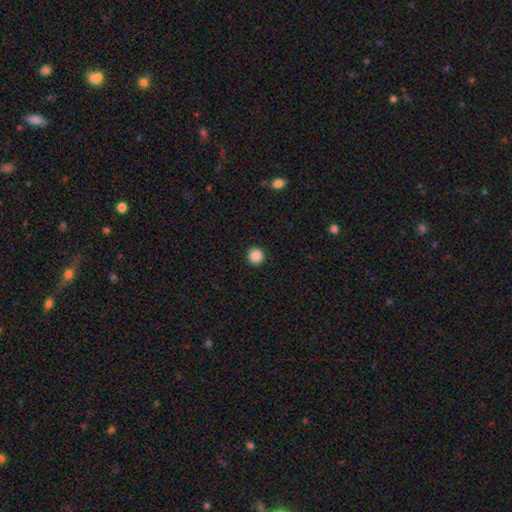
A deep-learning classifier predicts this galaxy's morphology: A smooth galaxy with no disk features (88%) that is round (95%). Merging: none (93%).